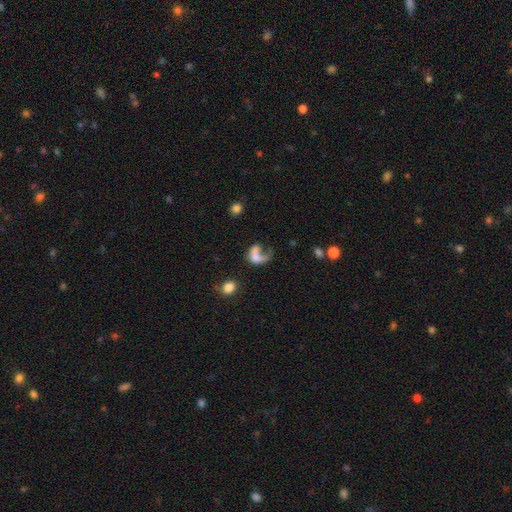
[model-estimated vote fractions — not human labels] Morphology: type=smooth (47%); merging=major disturbance (48%).